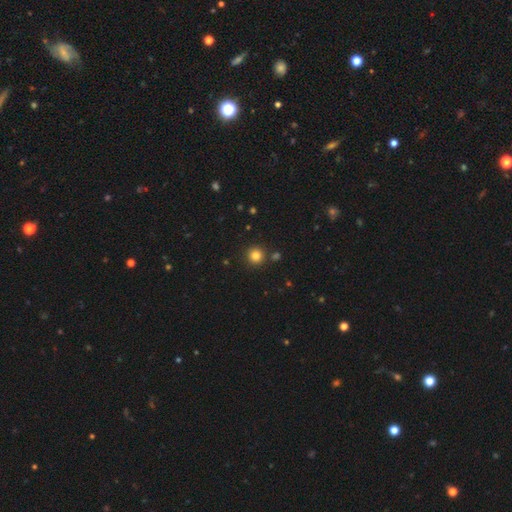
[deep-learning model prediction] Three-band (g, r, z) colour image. It shows a smooth galaxy with no disk features (81%) that is round (95%). Merging: none (88%).